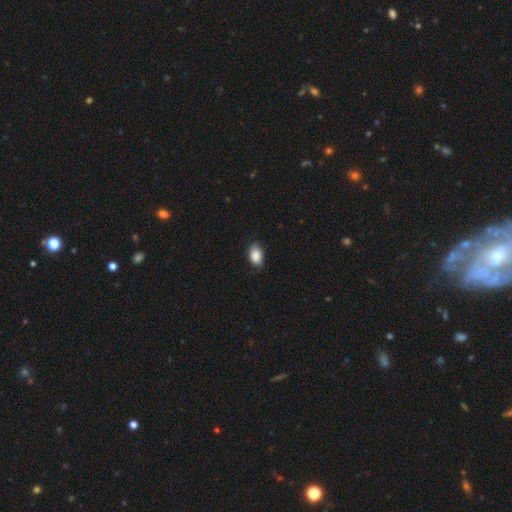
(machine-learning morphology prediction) smooth-or-featured: smooth: 87% | star or artifact: 7% | featured or disk: 7%
  how-rounded: in between: 89% | round: 10% | cigar-shaped: 1%
  merging: none: 77% | minor disturbance: 19% | major disturbance: 3% | merger: 1%